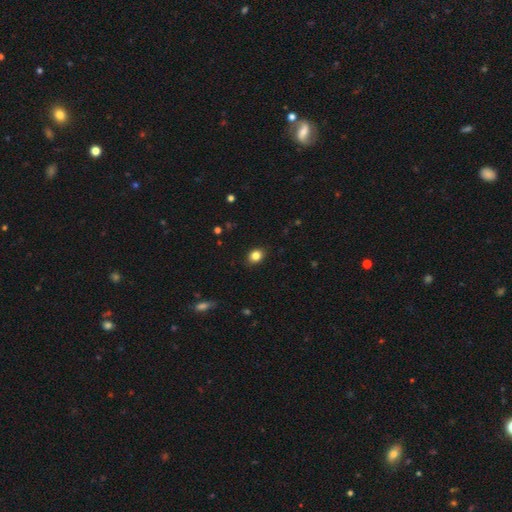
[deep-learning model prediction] A smooth galaxy with no disk features (84%) that is in between round and cigar-shaped (56%). Merging: none (86%).